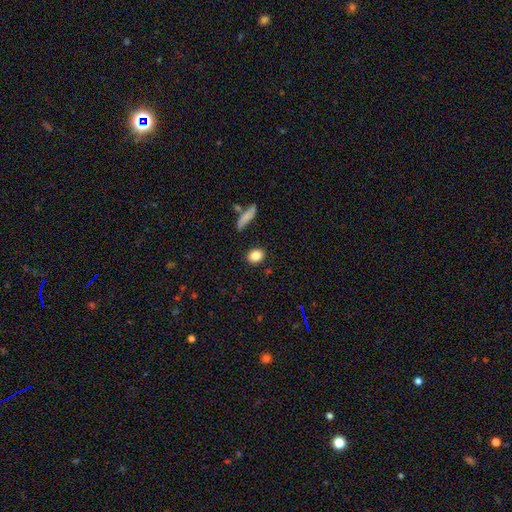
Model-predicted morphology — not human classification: smooth 84%, star or artifact 8%, featured or disk 7%. Down the decision tree: how rounded — in between (61%); merging — none (85%).